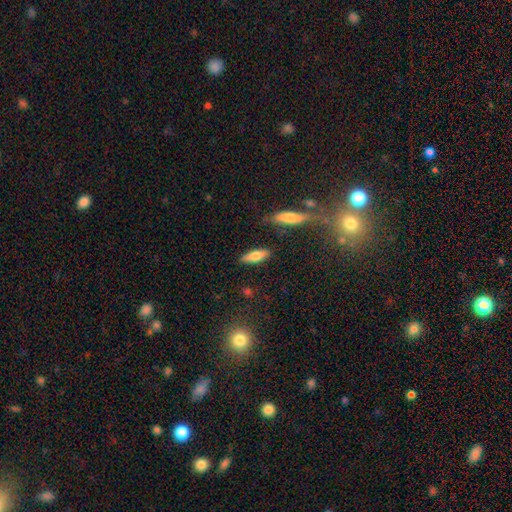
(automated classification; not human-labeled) This appears to be a smooth galaxy with no disk features (71%) that is in between round and cigar-shaped (56%). Merging: none (84%).